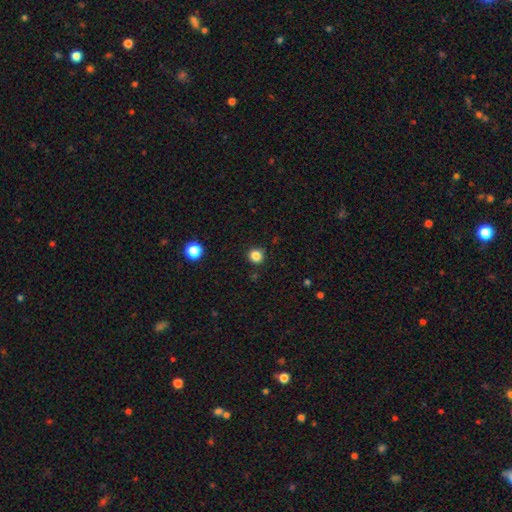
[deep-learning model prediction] Morphology: type=smooth (84%); roundness=round (92%); merging=none (90%).